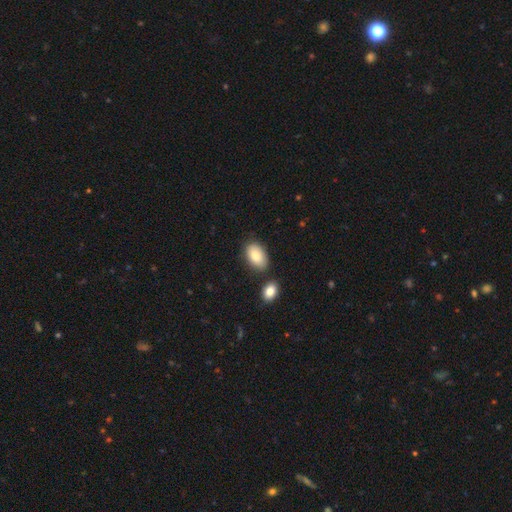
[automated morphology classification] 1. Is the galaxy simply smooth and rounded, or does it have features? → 86% smooth, 8% featured or disk, 6% star or artifact.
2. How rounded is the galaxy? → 94% in between, 5% round, 2% cigar-shaped.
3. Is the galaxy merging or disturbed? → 73% none, 13% minor disturbance, 10% merger, 3% major disturbance.